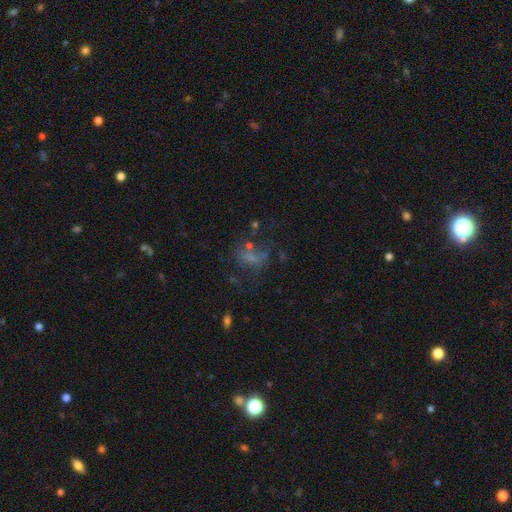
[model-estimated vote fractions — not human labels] A star or artifact, not a galaxy (38%).

Vote fractions:
- Smooth or featured? star or artifact: 38% / featured or disk: 31% / smooth: 31%